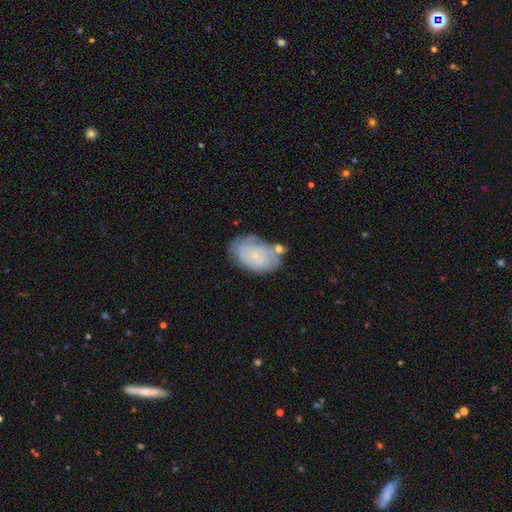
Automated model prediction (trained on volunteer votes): A smooth galaxy with no disk features (46%, tied with featured or disk). Merging: none (53%).